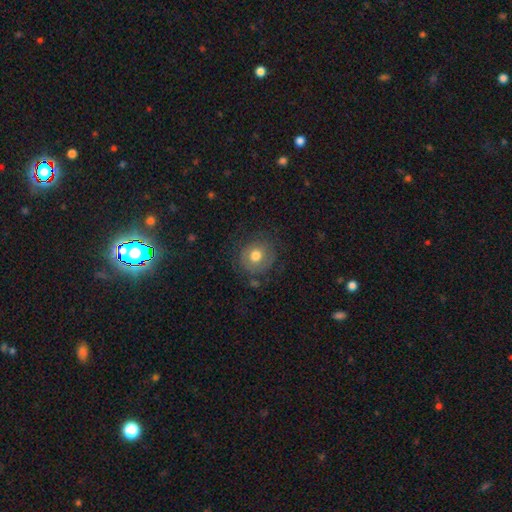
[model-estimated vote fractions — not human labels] Smooth or featured? smooth (65%)
How rounded? round (87%)
Merging? none (74%)